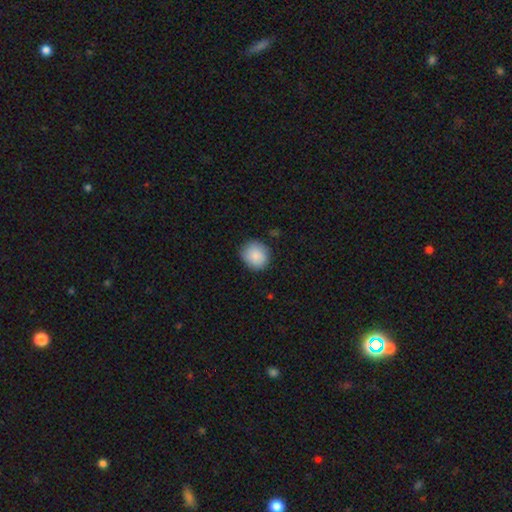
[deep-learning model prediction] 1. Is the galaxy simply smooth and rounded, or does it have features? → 88% smooth, 7% star or artifact, 5% featured or disk.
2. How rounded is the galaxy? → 85% round, 14% in between, 1% cigar-shaped.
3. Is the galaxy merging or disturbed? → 86% none, 10% minor disturbance, 2% major disturbance, 1% merger.